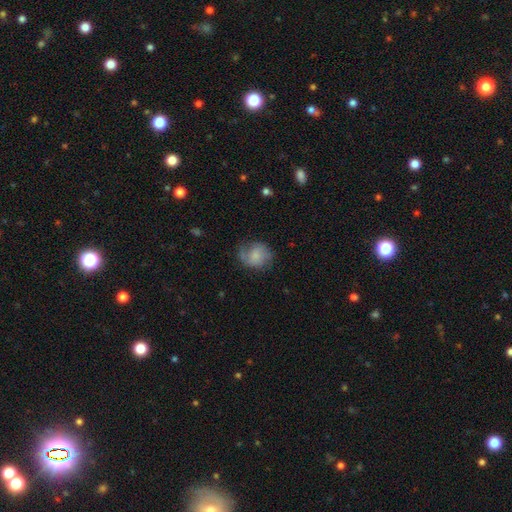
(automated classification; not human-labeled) This appears to be a smooth galaxy with no disk features (59%) that is round (64%). Merging: none (58%).